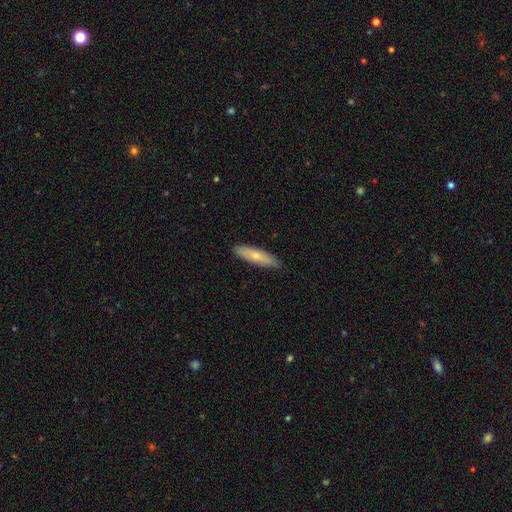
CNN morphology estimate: This is likely a smooth galaxy (67%). How rounded: likely cigar-shaped (72%). Merging: clearly none (89%).